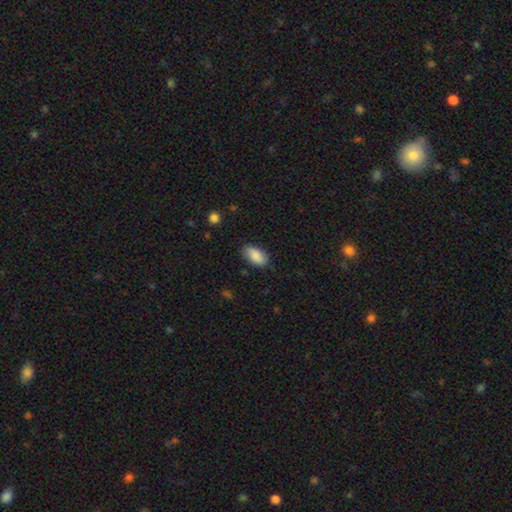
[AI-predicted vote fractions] Smooth or featured: smooth — 87% (featured or disk — 7%)
How rounded: in between — 94% (round — 3%)
Merging: none — 82% (minor disturbance — 14%)